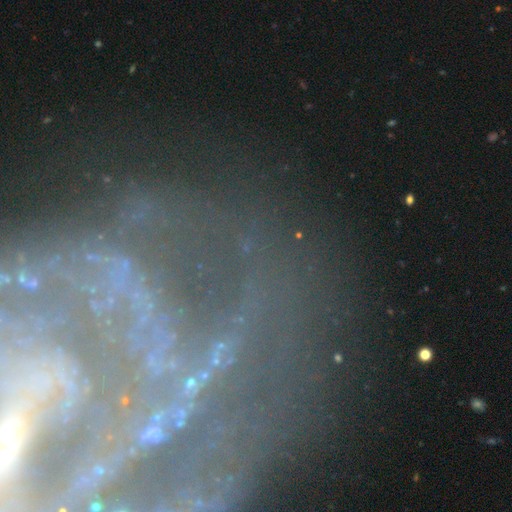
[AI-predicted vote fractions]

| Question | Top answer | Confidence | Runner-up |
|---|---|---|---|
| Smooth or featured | featured or disk | 65% | star or artifact (22%) |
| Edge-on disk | no | 93% | yes (7%) |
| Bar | no | 45% | strong (28%) |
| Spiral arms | yes | 75% | no (25%) |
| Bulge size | small | 42% | moderate (27%) |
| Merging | none | 65% | minor disturbance (15%) |